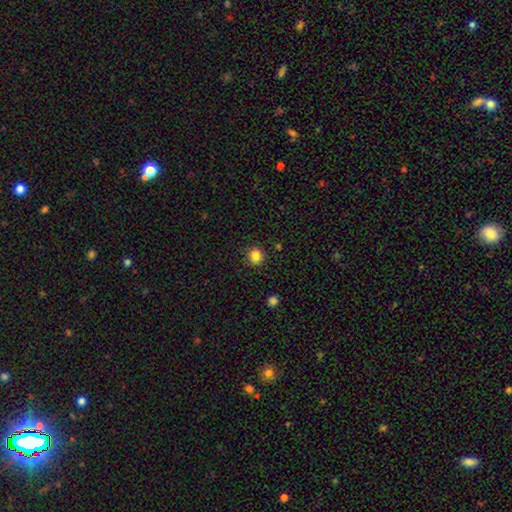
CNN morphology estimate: Smooth or featured: smooth — 84% (star or artifact — 11%)
How rounded: round — 88% (in between — 11%)
Merging: none — 89% (minor disturbance — 7%)